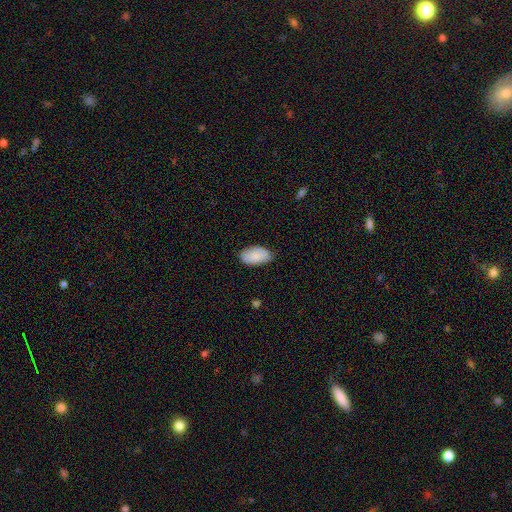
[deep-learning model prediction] Smooth or featured? smooth (84%)
How rounded? in between (95%)
Merging? none (78%)